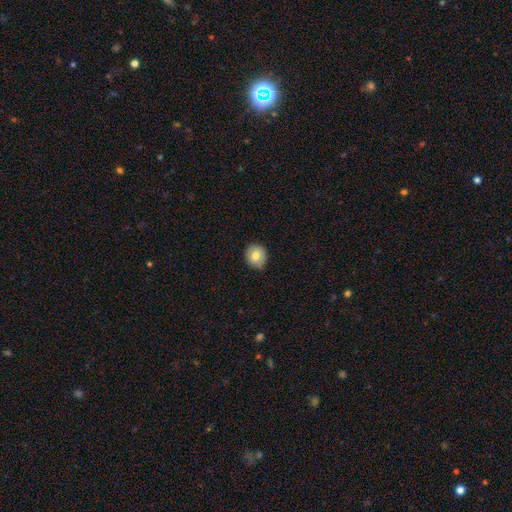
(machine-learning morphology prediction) Overall: smooth (75%). How rounded: round (81%). Merging: none (86%).